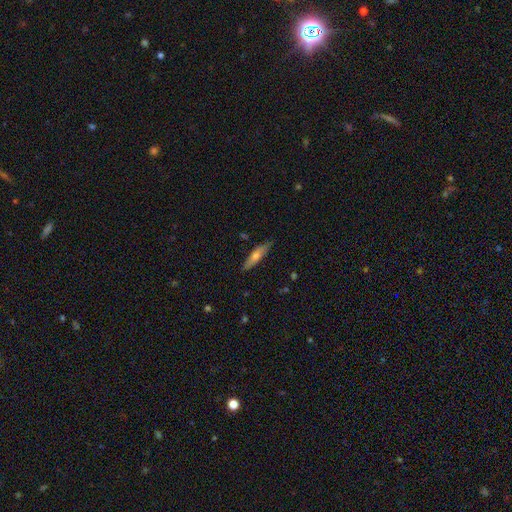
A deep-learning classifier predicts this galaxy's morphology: This is possibly a smooth galaxy (55%). How rounded: likely cigar-shaped (74%). Merging: clearly none (83%).